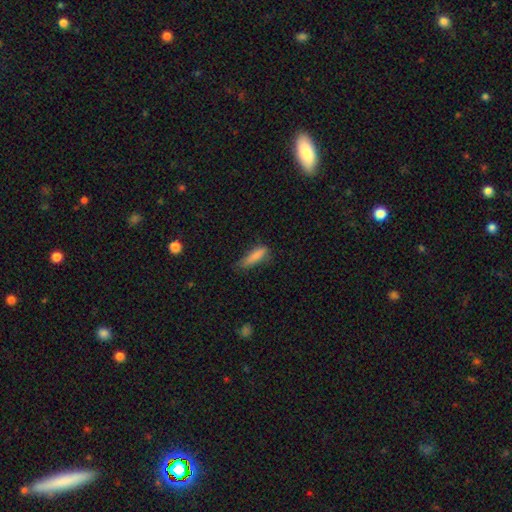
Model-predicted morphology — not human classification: smooth-or-featured: smooth: 83% | featured or disk: 10% | star or artifact: 7%
  how-rounded: cigar-shaped: 61% | in between: 37% | round: 2%
  merging: none: 53% | minor disturbance: 35% | major disturbance: 10% | merger: 2%